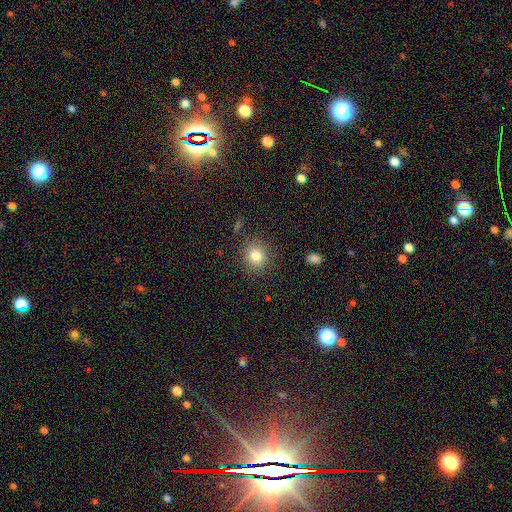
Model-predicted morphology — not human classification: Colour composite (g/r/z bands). It shows a smooth galaxy with no disk features (81%) that is round (81%). Merging: none (87%).